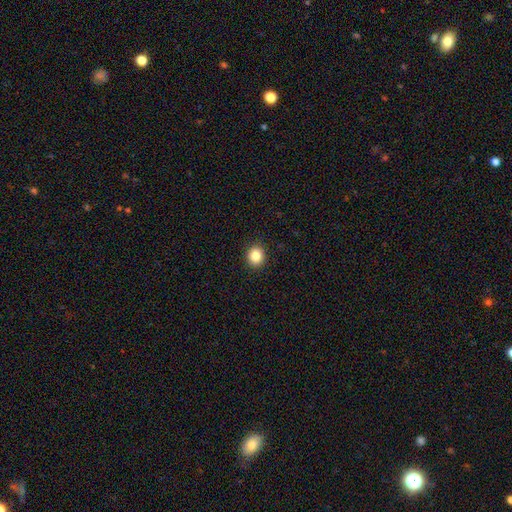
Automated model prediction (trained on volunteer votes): Smooth or featured? smooth (85%)
How rounded? round (80%)
Merging? none (92%)